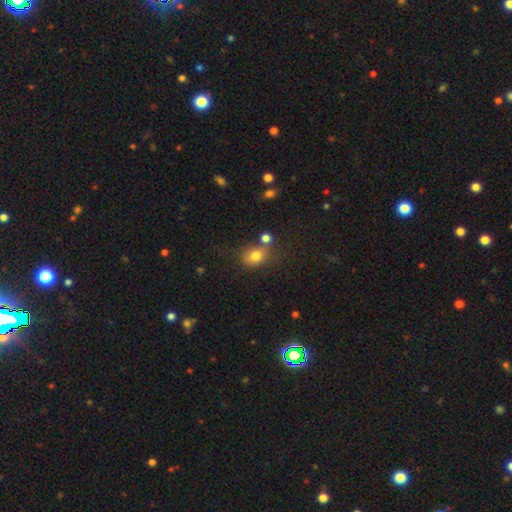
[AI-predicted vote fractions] smooth-or-featured: smooth: 78% | star or artifact: 12% | featured or disk: 10%
  how-rounded: round: 52% | in between: 47% | cigar-shaped: 1%
  merging: none: 50% | merger: 23% | minor disturbance: 18% | major disturbance: 8%